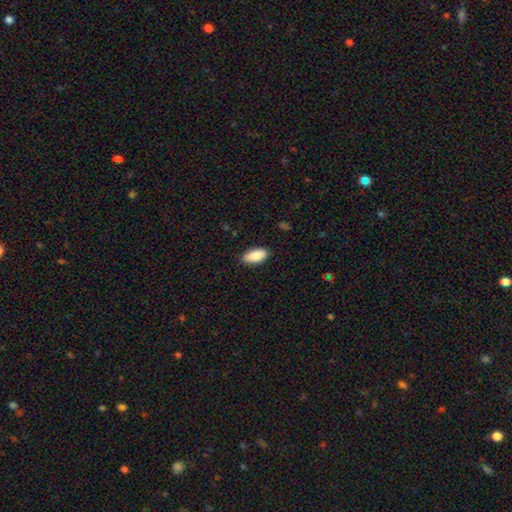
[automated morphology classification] A smooth galaxy with no disk features (87%) that is in between round and cigar-shaped (88%).

Vote fractions:
- Smooth or featured? smooth: 87% / featured or disk: 7% / star or artifact: 6%
- How rounded? in between: 88% / cigar-shaped: 10% / round: 2%
- Merging? none: 88% / minor disturbance: 9% / major disturbance: 2% / merger: 1%